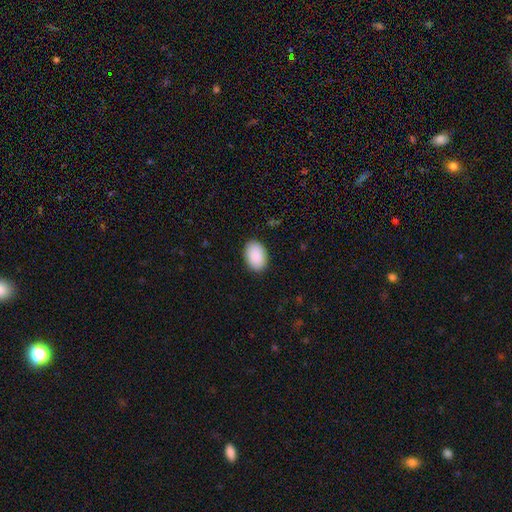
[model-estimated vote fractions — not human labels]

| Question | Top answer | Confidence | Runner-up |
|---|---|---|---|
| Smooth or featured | smooth | 91% | star or artifact (6%) |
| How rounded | in between | 89% | round (10%) |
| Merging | none | 88% | minor disturbance (9%) |